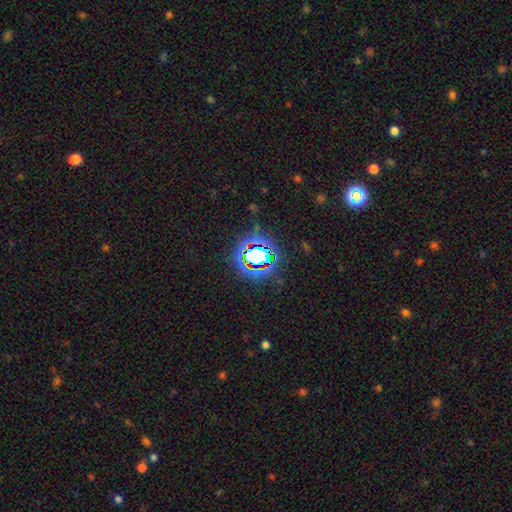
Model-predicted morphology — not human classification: A star or artifact, not a galaxy (69%).

Vote fractions:
- Smooth or featured? star or artifact: 69% / smooth: 19% / featured or disk: 12%